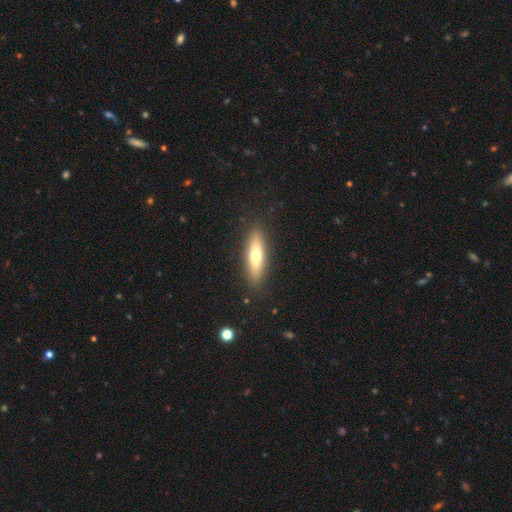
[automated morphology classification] smooth-or-featured: smooth: 60% | featured or disk: 34% | star or artifact: 6%
  how-rounded: cigar-shaped: 63% | in between: 34% | round: 2%
  merging: none: 88% | minor disturbance: 9% | major disturbance: 2% | merger: 1%